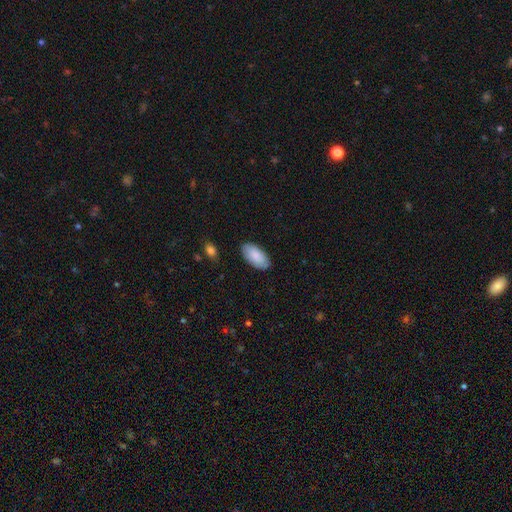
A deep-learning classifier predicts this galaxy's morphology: smooth 86%, featured or disk 9%, star or artifact 5%. Down the decision tree: how rounded — in between (95%); merging — none (86%).